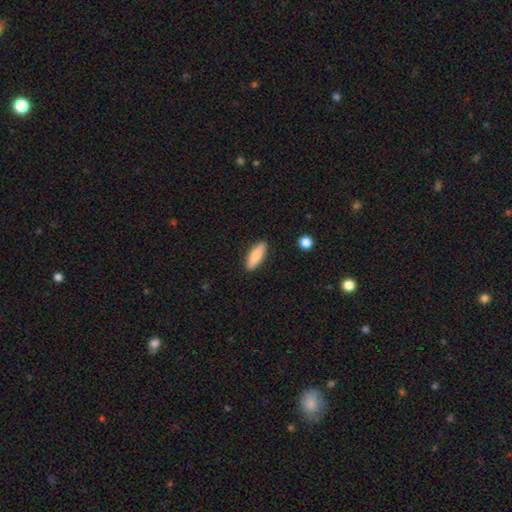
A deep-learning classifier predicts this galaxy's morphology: Overall: smooth (85%). How rounded: in between (55%; cigar-shaped 43%). Merging: none (89%).